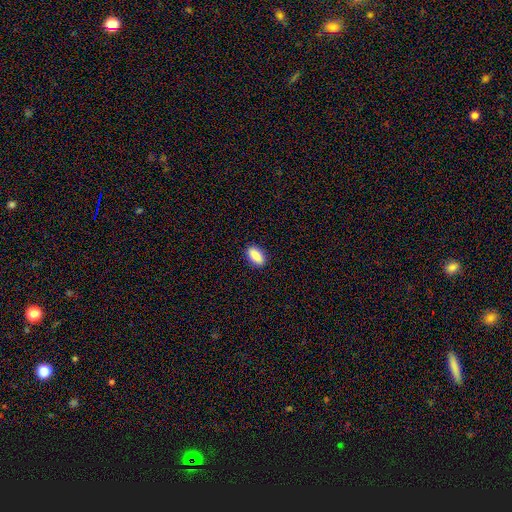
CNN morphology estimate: The model was most divided on "merging": none: 90%, minor disturbance: 8%, major disturbance: 2%, merger: 1%. More confident: how rounded — in between (91%); smooth or featured — smooth (89%).